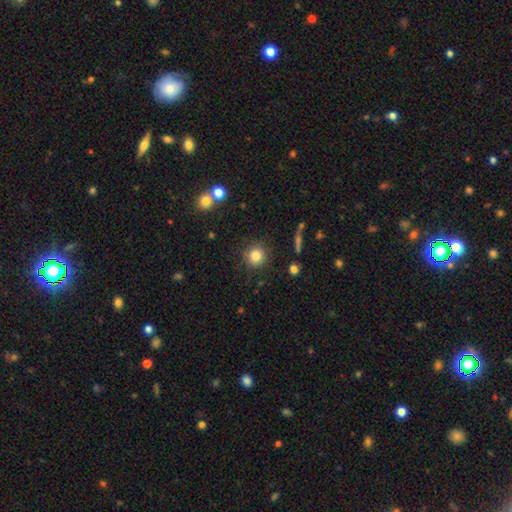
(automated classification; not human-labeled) This is clearly a smooth galaxy (83%). How rounded: clearly round (91%). Merging: clearly none (84%).